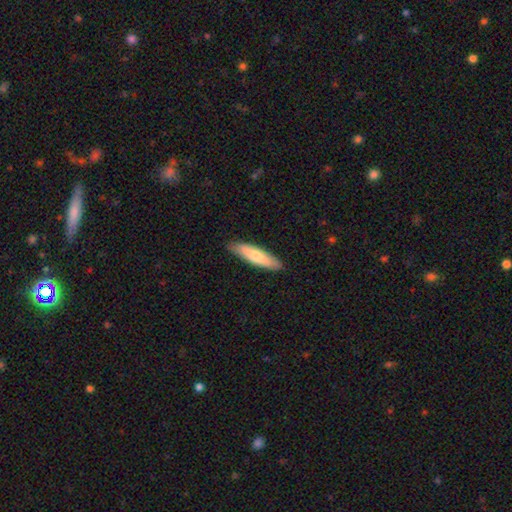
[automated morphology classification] Smooth or featured: smooth — 68% (featured or disk — 27%)
How rounded: cigar-shaped — 76% (in between — 23%)
Merging: none — 89% (minor disturbance — 9%)